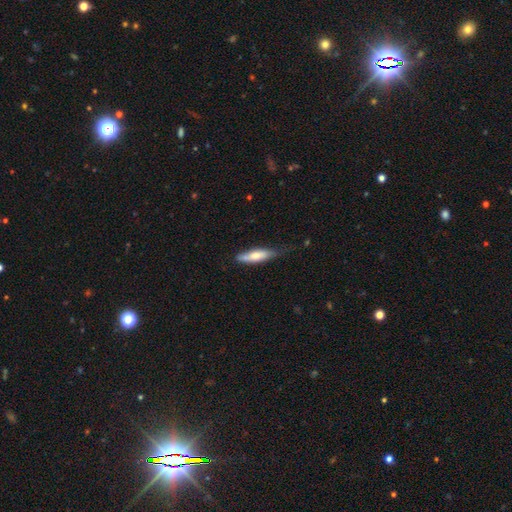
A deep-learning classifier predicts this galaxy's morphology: Smooth or featured? smooth (68%)
How rounded? cigar-shaped (68%)
Merging? none (58%)